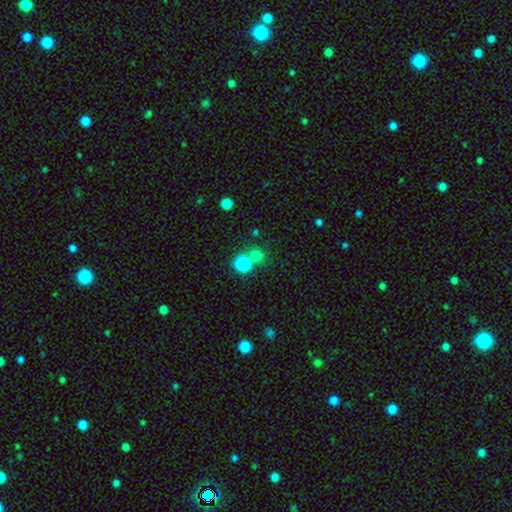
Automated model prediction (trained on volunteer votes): Overall: smooth (68%). How rounded: round (85%). Merging: none (64%; merger 24%).